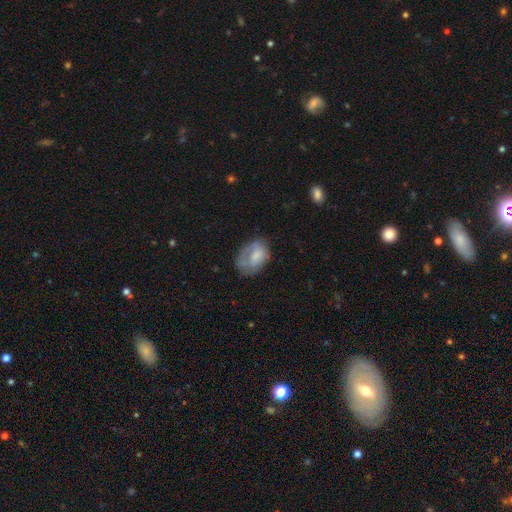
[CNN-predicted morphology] Smooth or featured? Predicted: smooth (p=0.61). How rounded? Predicted: in between (p=0.82). Merging? Predicted: none (p=0.45).